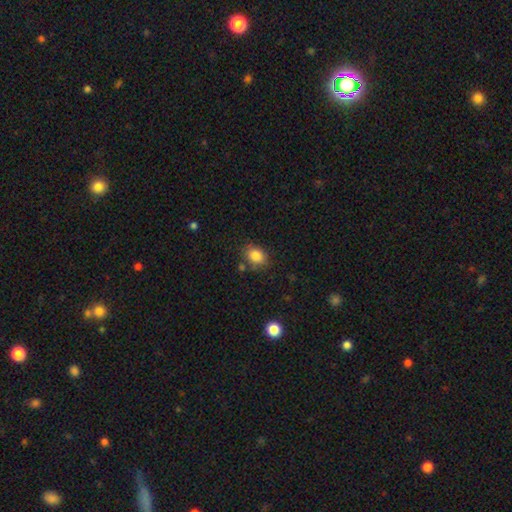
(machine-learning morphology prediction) Smooth or featured? smooth (85%)
How rounded? in between (54%)
Merging? none (75%)